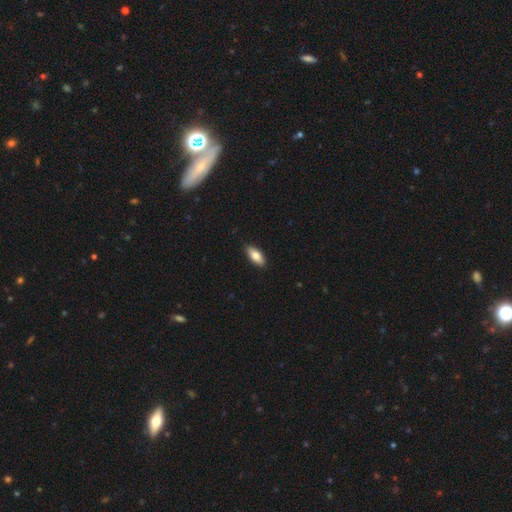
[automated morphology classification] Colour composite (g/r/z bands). It shows a smooth galaxy with no disk features (79%) that is in between round and cigar-shaped (85%). Merging: none (89%).